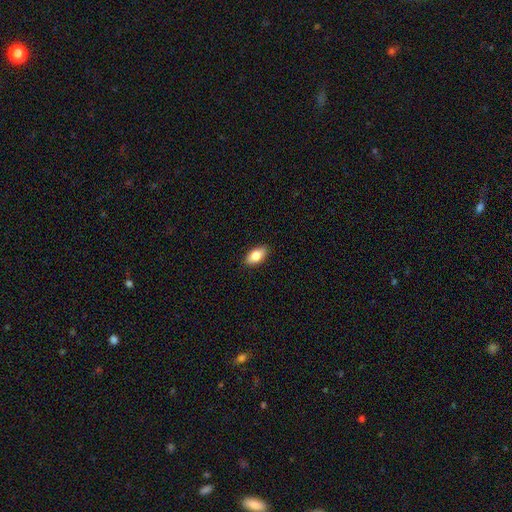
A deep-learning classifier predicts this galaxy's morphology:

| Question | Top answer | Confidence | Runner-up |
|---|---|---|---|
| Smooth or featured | smooth | 83% | featured or disk (10%) |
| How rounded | in between | 91% | cigar-shaped (5%) |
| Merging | none | 89% | minor disturbance (8%) |